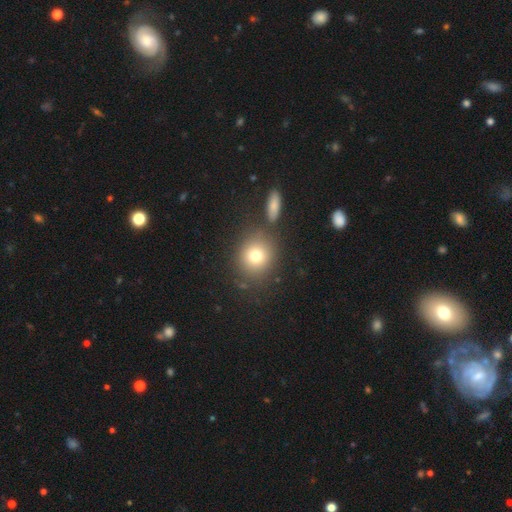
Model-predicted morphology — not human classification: Overall: smooth (76%). How rounded: round (80%). Merging: none (75%).